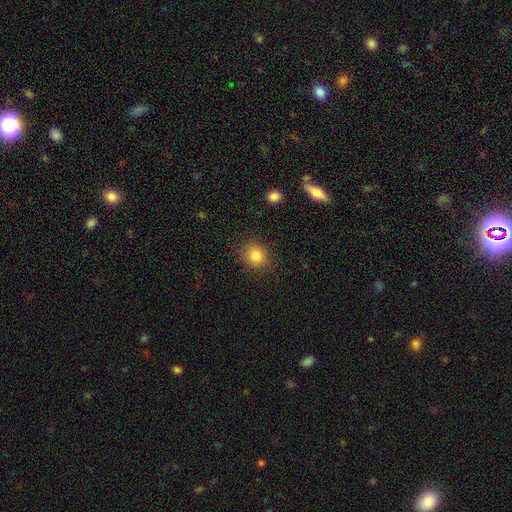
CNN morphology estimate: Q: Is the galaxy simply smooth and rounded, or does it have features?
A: smooth — 83%.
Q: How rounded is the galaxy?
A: round — 76%.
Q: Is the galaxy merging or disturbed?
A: none — 85%.